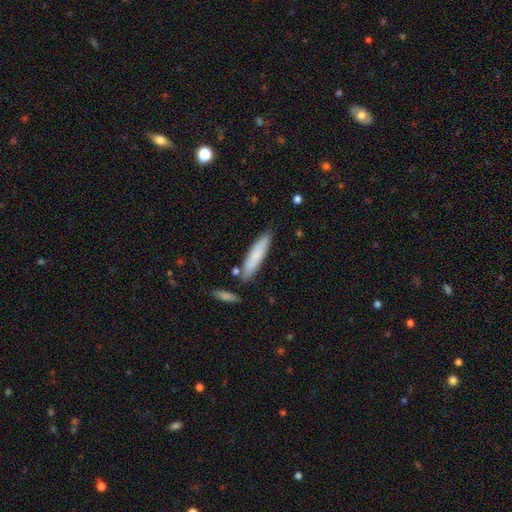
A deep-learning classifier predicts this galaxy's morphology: Smooth or featured: smooth — 77% (featured or disk — 17%)
How rounded: cigar-shaped — 81% (in between — 18%)
Merging: none — 79% (minor disturbance — 13%)